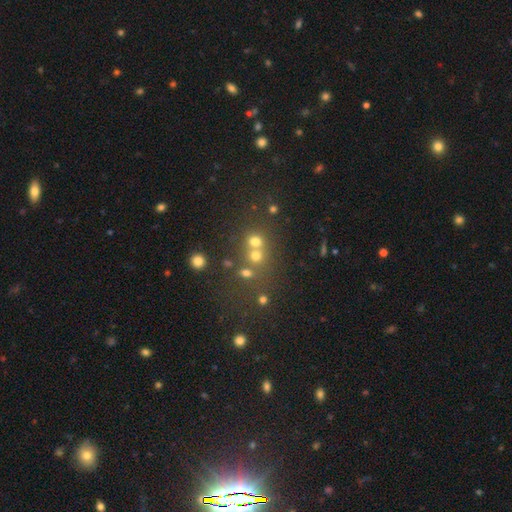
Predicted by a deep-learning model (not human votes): smooth 67%, star or artifact 21%, featured or disk 12%. Down the decision tree: how rounded — round (80%); merging — none (46%).